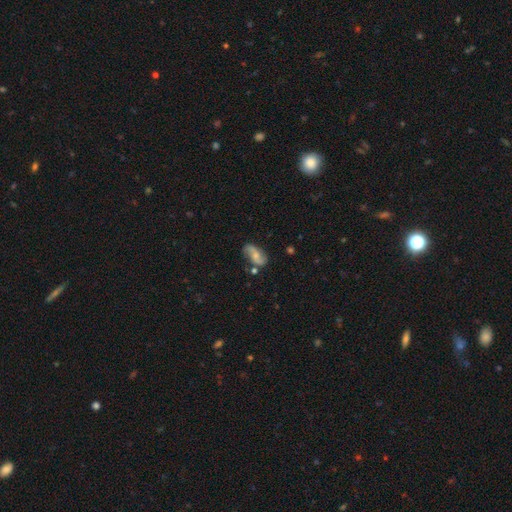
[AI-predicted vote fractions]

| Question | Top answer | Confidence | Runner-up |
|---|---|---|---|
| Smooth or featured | featured or disk | 71% | smooth (22%) |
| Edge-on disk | no | 96% | yes (4%) |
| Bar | no | 53% | weak (37%) |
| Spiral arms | yes | 93% | no (7%) |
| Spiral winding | loose | 58% | medium (31%) |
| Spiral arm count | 2 | 90% | can't tell (4%) |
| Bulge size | small | 43% | moderate (40%) |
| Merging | none | 71% | minor disturbance (18%) |